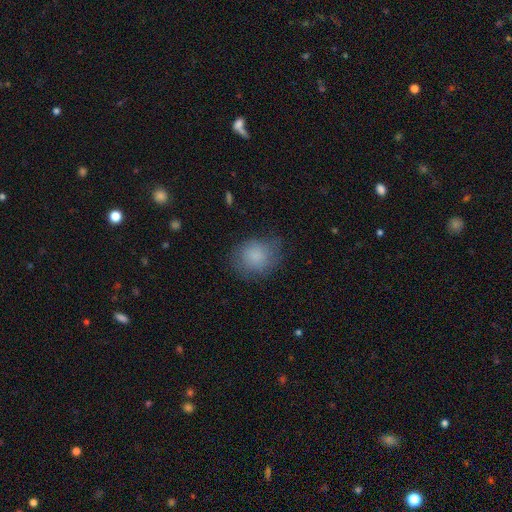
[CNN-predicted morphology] A smooth galaxy with no disk features (82%) that is round (67%). Merging: none (68%).